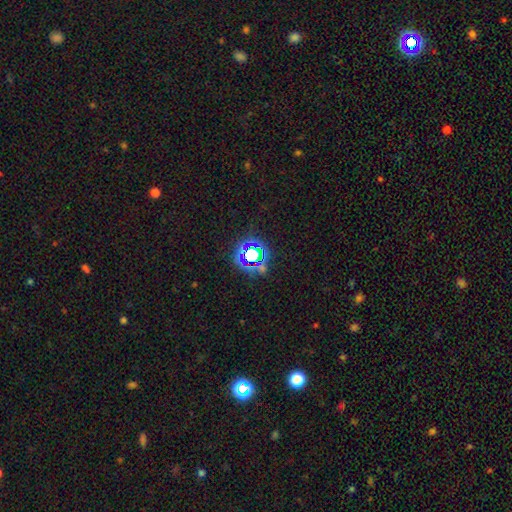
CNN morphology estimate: smooth-or-featured: star or artifact: 69% | smooth: 20% | featured or disk: 11%